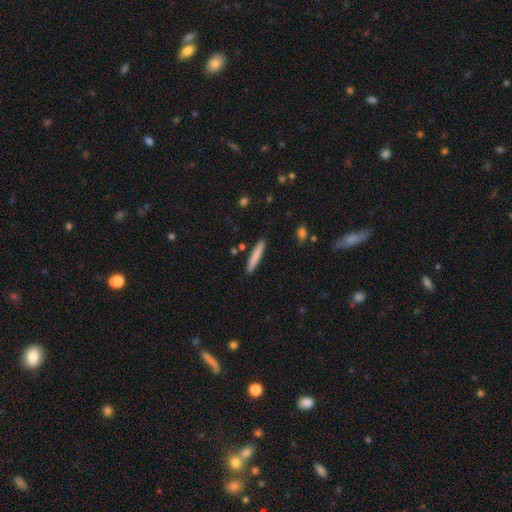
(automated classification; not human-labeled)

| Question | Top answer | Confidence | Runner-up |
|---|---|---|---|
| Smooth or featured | smooth | 79% | featured or disk (15%) |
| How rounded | cigar-shaped | 94% | in between (5%) |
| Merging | none | 89% | minor disturbance (8%) |